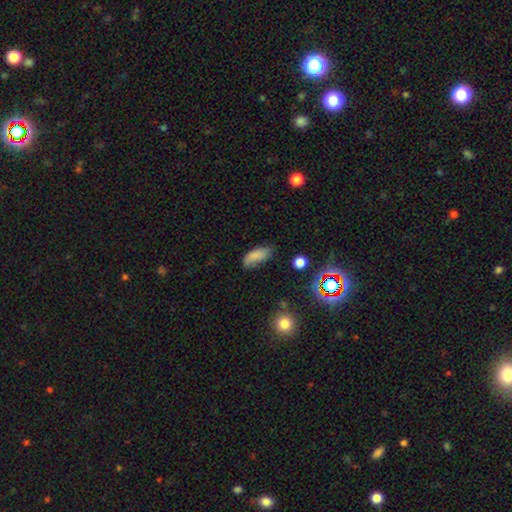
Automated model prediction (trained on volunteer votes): A smooth galaxy with no disk features (79%) that is in between round and cigar-shaped (83%). Merging: none (56%).